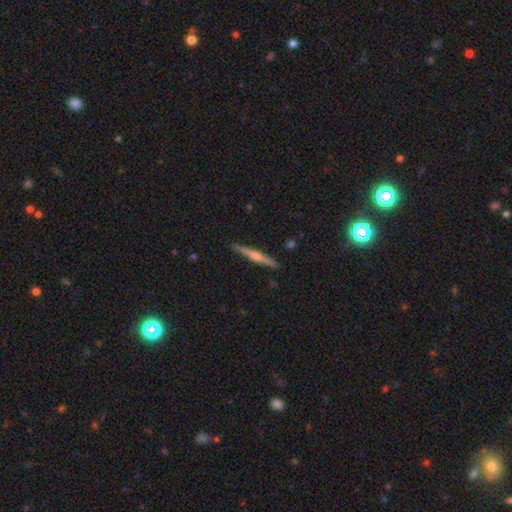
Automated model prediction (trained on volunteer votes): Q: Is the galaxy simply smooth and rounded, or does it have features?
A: featured or disk — 72%.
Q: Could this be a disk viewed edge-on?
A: yes — 98%.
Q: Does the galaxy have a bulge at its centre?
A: rounded — 83%.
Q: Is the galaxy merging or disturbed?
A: none — 91%.